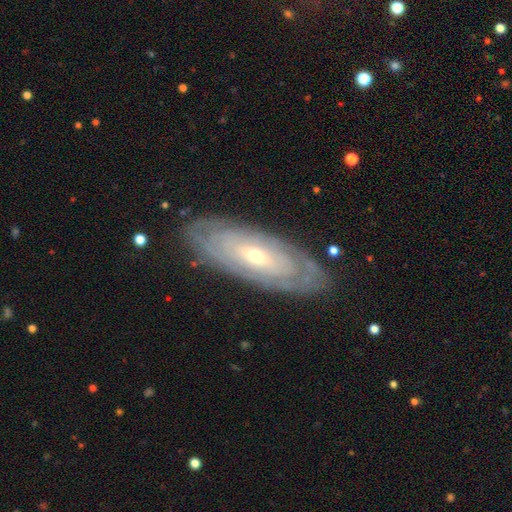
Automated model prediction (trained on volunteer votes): The model was most divided on "bulge size": small: 57%, moderate: 39%, large: 2%, dominant: 1%, none: 1%. More confident: edge-on disk — no (84%); merging — none (82%); smooth or featured — featured or disk (76%); bar — no (70%); spiral arms — yes (70%).